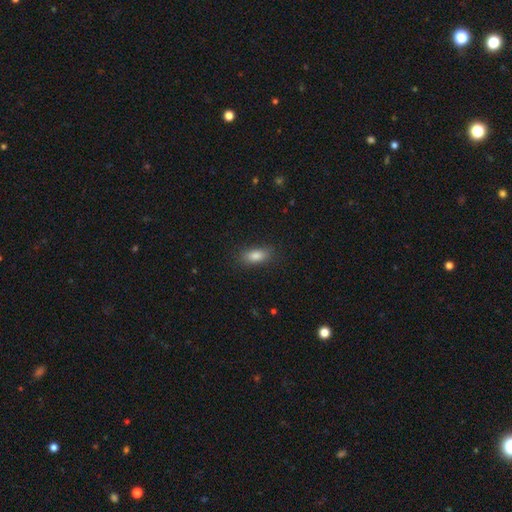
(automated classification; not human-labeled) Smooth or featured?
  - smooth: 83% *
  - star or artifact: 10%
  - featured or disk: 8%
How rounded?
  - in between: 83% *
  - cigar-shaped: 11%
  - round: 6%
Merging?
  - none: 87% *
  - minor disturbance: 10%
  - major disturbance: 3%
  - merger: 1%